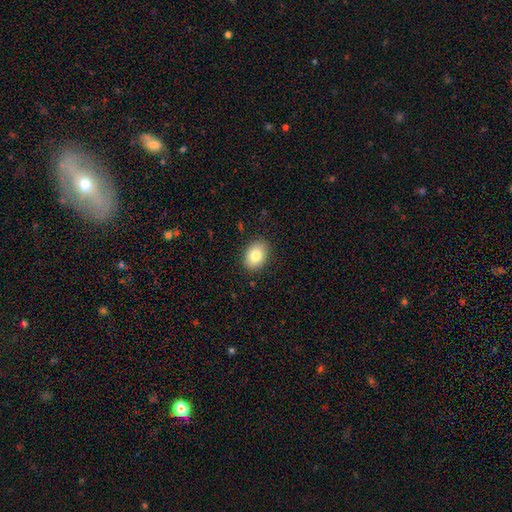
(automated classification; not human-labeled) smooth 81%, featured or disk 11%, star or artifact 8%. Down the decision tree: how rounded — in between (79%); merging — none (88%).